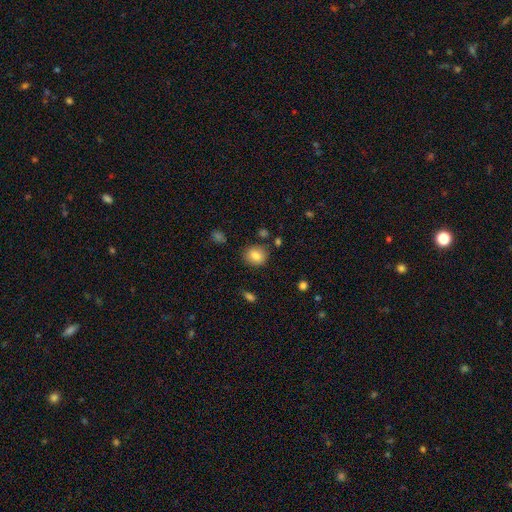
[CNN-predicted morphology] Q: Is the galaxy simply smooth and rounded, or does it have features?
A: smooth — 82%.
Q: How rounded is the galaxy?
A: round — 77%.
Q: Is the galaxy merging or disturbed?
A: none — 84%.